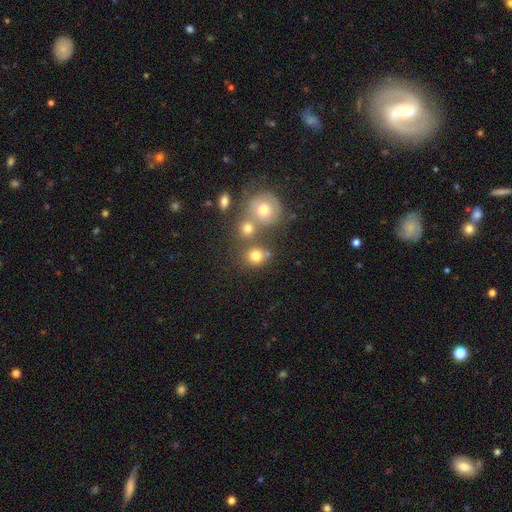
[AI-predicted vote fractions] This is likely a smooth galaxy (74%). How rounded: clearly round (82%). Merging: possibly none (58%).